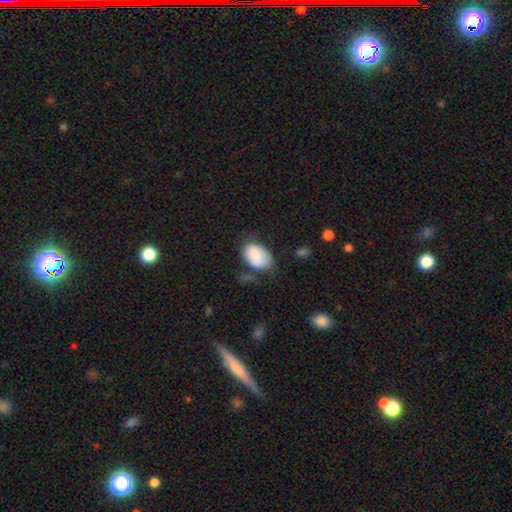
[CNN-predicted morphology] A smooth galaxy with no disk features (85%) that is in between round and cigar-shaped (89%). Merging: none (51%).